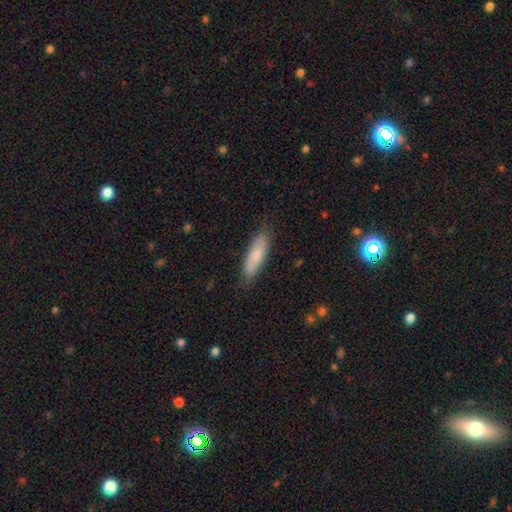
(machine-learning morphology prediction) Smooth or featured? Predicted: smooth (p=0.78). How rounded? Predicted: cigar-shaped (p=0.60). Merging? Predicted: none (p=0.82).